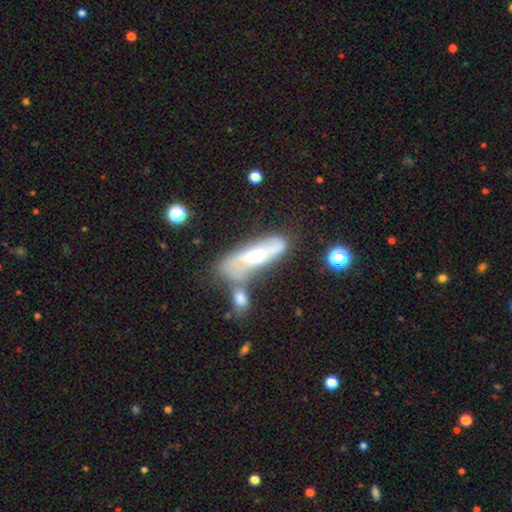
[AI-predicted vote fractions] smooth_or_featured: featured or disk (p=0.58) [alt: smooth p=0.35]
disk_edge_on: no (p=0.70) [alt: yes p=0.30]
merging: none (p=0.45) [alt: merger p=0.27]